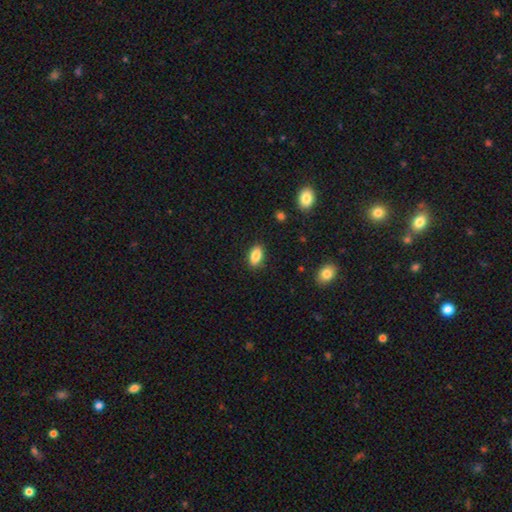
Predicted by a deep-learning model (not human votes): Q: Smooth or featured?
A: smooth (87%); runner-up: star or artifact (8%)
Q: How rounded?
A: in between (90%); runner-up: cigar-shaped (5%)
Q: Merging?
A: none (87%); runner-up: minor disturbance (10%)